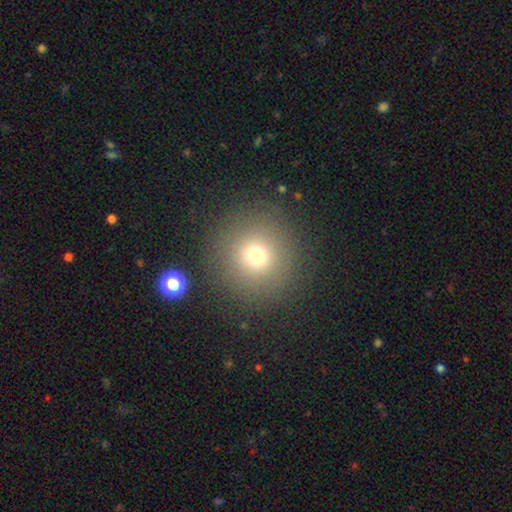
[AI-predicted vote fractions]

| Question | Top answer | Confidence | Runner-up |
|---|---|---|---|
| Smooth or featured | smooth | 72% | star or artifact (17%) |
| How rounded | round | 95% | in between (4%) |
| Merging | none | 88% | minor disturbance (6%) |